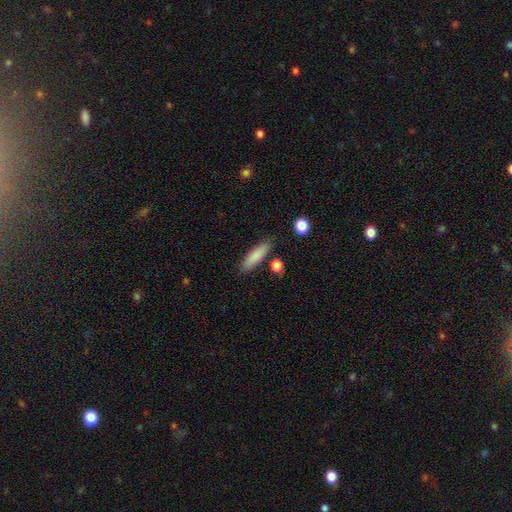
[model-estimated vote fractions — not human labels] This appears to be a smooth galaxy with no disk features (84%) that is cigar-shaped (61%). Merging: none (83%).